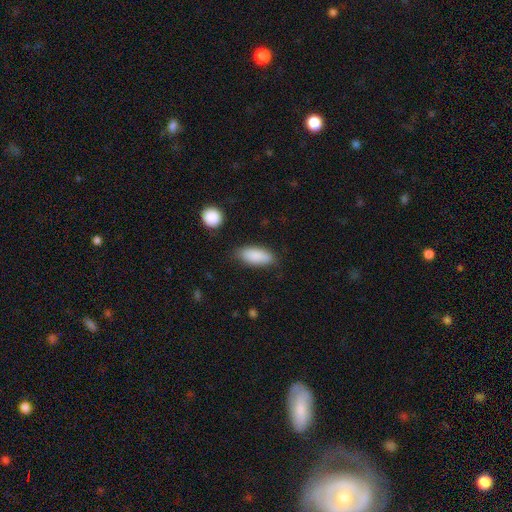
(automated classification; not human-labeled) Smooth or featured: smooth — 88% (featured or disk — 6%)
How rounded: in between — 83% (cigar-shaped — 14%)
Merging: none — 79% (minor disturbance — 15%)